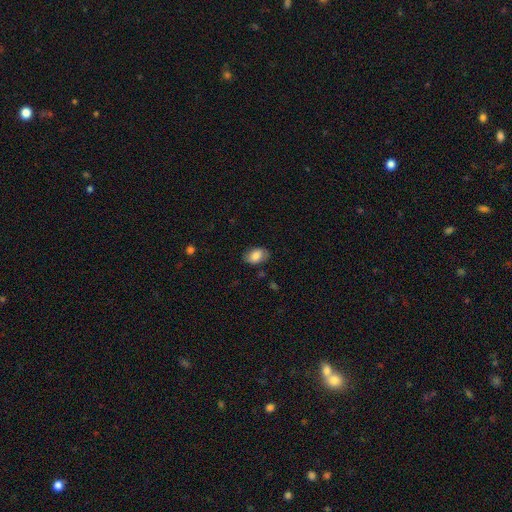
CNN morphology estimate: This is clearly a smooth galaxy (81%). How rounded: clearly in between (89%). Merging: likely none (78%).